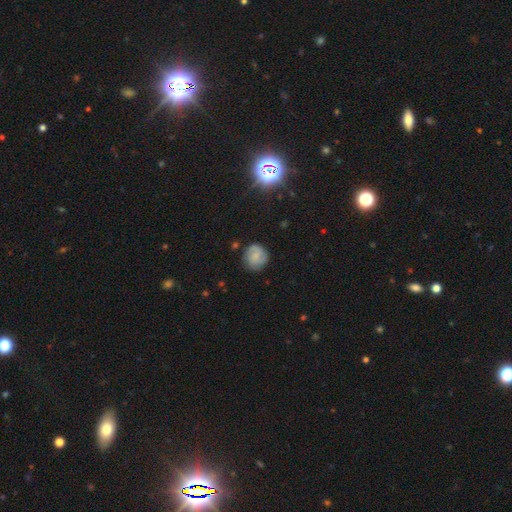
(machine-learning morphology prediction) smooth_or_featured: smooth (p=0.47) [alt: featured or disk p=0.44]
merging: none (p=0.78) [alt: minor disturbance p=0.15]